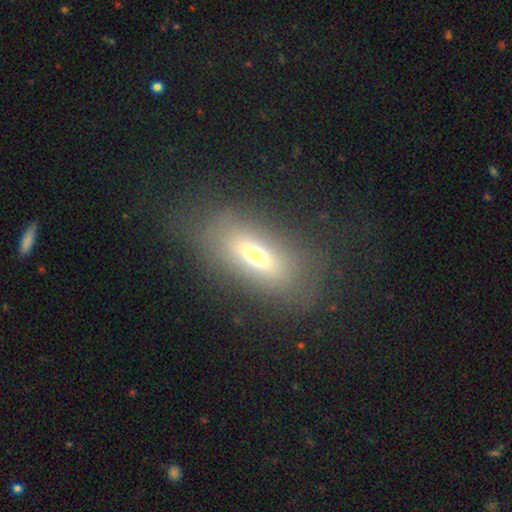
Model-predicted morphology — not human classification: Smooth or featured? smooth (58%)
How rounded? in between (72%)
Merging? none (70%)